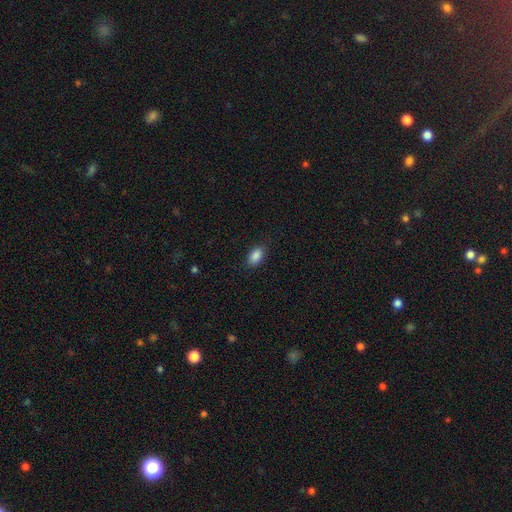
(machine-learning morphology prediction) type=smooth (88%); roundness=in between (90%); merging=none (85%).